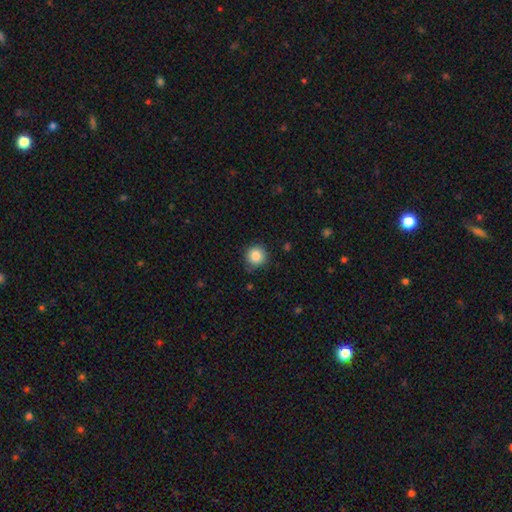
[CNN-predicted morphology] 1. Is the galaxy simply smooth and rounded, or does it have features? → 86% smooth, 10% star or artifact, 4% featured or disk.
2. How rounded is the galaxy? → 94% round, 5% in between, 1% cigar-shaped.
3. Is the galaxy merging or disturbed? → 87% none, 9% minor disturbance, 2% major disturbance, 1% merger.